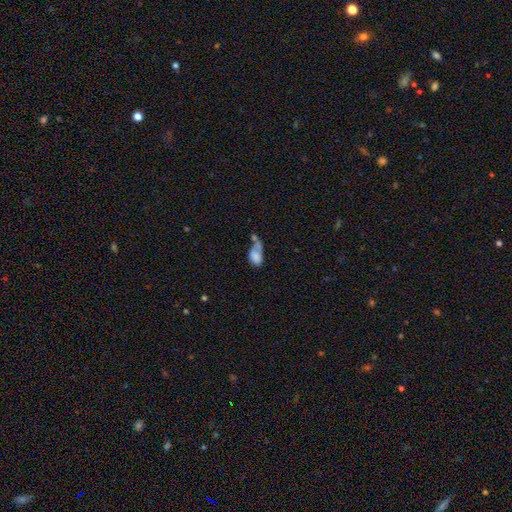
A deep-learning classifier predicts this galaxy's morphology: Overall: smooth (67%). How rounded: in between (88%). Merging: merger (38%; major disturbance 26%).